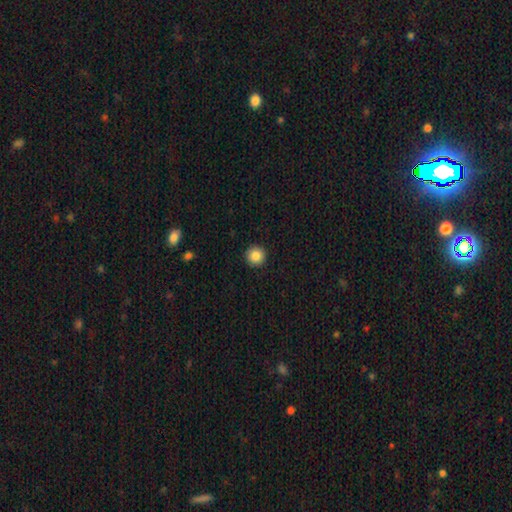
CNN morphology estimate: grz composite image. It shows a smooth galaxy with no disk features (86%) that is round (94%). Merging: none (93%).